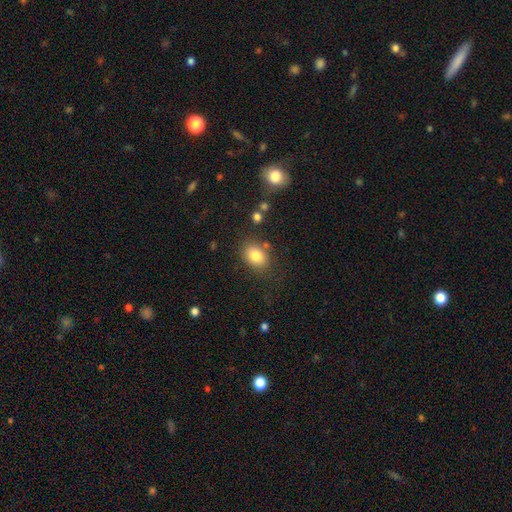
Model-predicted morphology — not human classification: type=smooth (82%); roundness=in between (72%); merging=none (78%).